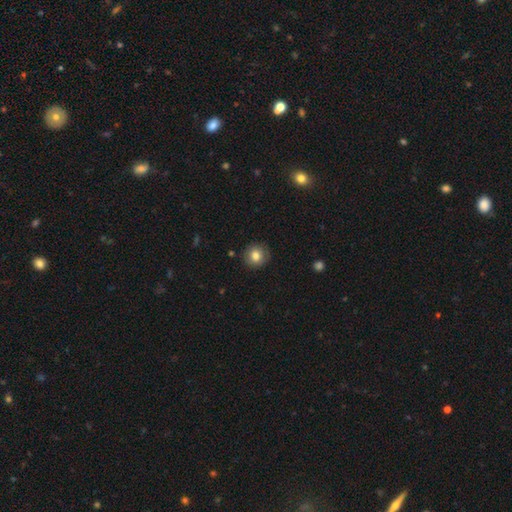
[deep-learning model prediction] Smooth or featured? smooth (80%)
How rounded? round (91%)
Merging? none (88%)